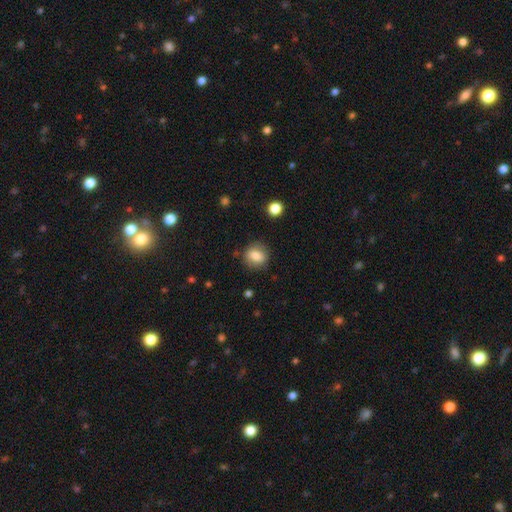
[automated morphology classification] This is likely a smooth galaxy (79%). How rounded: likely round (73%). Merging: clearly none (82%).